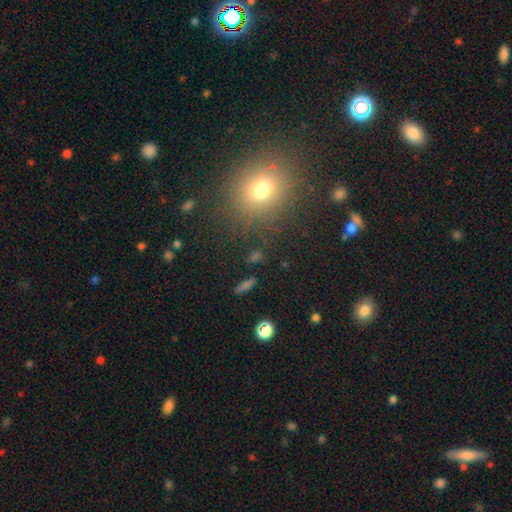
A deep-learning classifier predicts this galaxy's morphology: Q: Smooth or featured?
A: smooth (56%); runner-up: star or artifact (31%)
Q: How rounded?
A: round (54%); runner-up: in between (35%)
Q: Merging?
A: none (84%); runner-up: minor disturbance (9%)